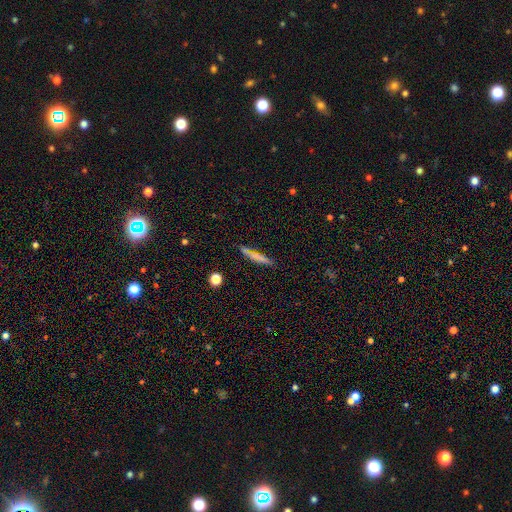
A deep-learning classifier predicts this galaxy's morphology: Smooth or featured?
  - smooth: 66% *
  - featured or disk: 25%
  - star or artifact: 9%
How rounded?
  - cigar-shaped: 93% *
  - in between: 5%
  - round: 2%
Merging?
  - none: 76% *
  - minor disturbance: 14%
  - merger: 7%
  - major disturbance: 3%